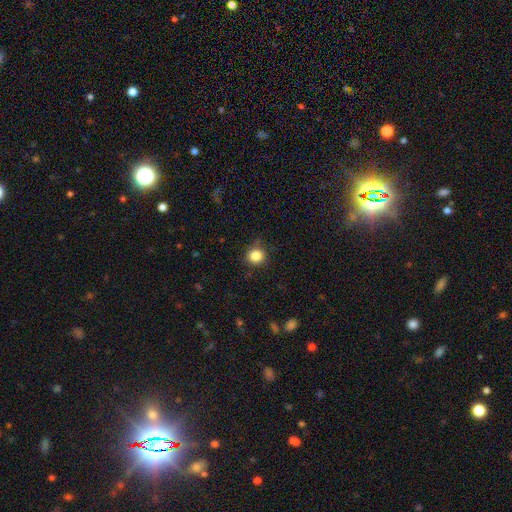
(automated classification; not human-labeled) A smooth galaxy with no disk features (85%) that is round (91%).

Vote fractions:
- Smooth or featured? smooth: 85% / star or artifact: 11% / featured or disk: 4%
- How rounded? round: 91% / in between: 9% / cigar-shaped: 1%
- Merging? none: 82% / minor disturbance: 13% / major disturbance: 4% / merger: 2%